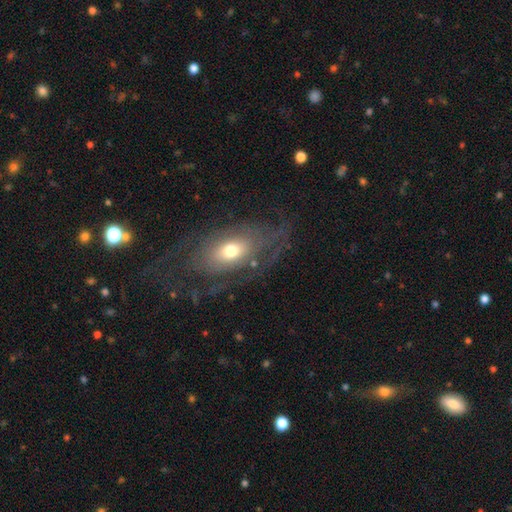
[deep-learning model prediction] Smooth or featured?
  - featured or disk: 49% *
  - smooth: 35%
  - star or artifact: 16%
Merging?
  - none: 65% *
  - minor disturbance: 19%
  - major disturbance: 14%
  - merger: 2%